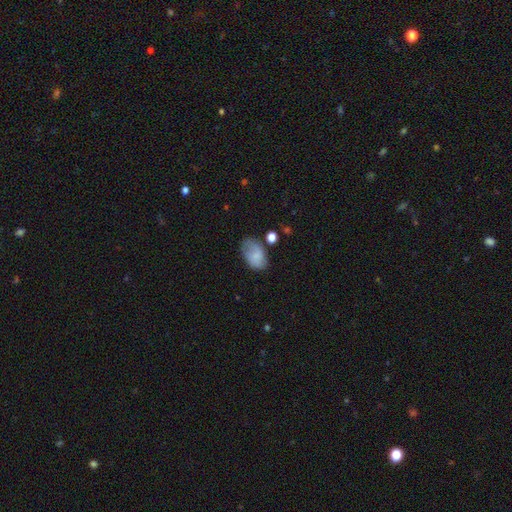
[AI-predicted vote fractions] Smooth or featured? smooth (70%)
How rounded? in between (88%)
Merging? none (57%)